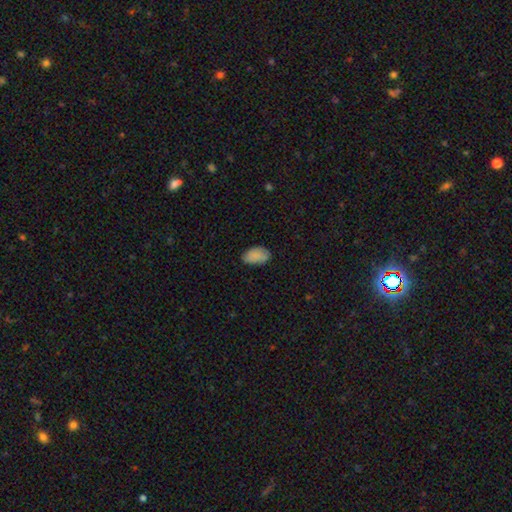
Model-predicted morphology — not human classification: Smooth or featured: smooth — 85% (star or artifact — 8%)
How rounded: in between — 92% (round — 7%)
Merging: none — 75% (minor disturbance — 20%)